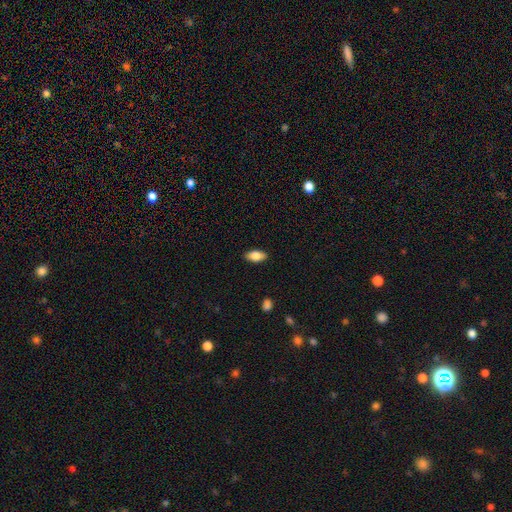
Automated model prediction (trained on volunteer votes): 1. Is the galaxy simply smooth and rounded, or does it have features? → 83% smooth, 10% featured or disk, 7% star or artifact.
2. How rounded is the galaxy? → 91% in between, 6% cigar-shaped, 3% round.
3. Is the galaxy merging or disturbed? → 89% none, 8% minor disturbance, 2% major disturbance, 1% merger.